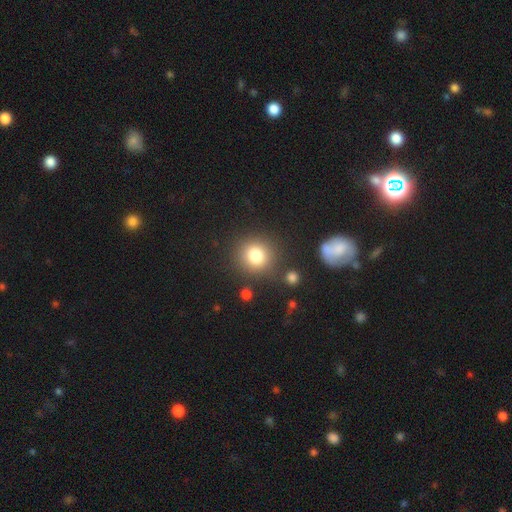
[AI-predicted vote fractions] Smooth or featured? smooth (81%)
How rounded? round (89%)
Merging? none (83%)